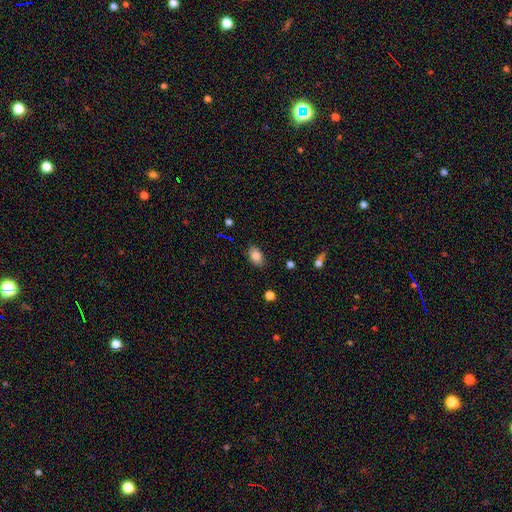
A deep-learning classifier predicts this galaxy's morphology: Smooth or featured? Predicted: smooth (p=0.84). How rounded? Predicted: in between (p=0.88). Merging? Predicted: none (p=0.85).